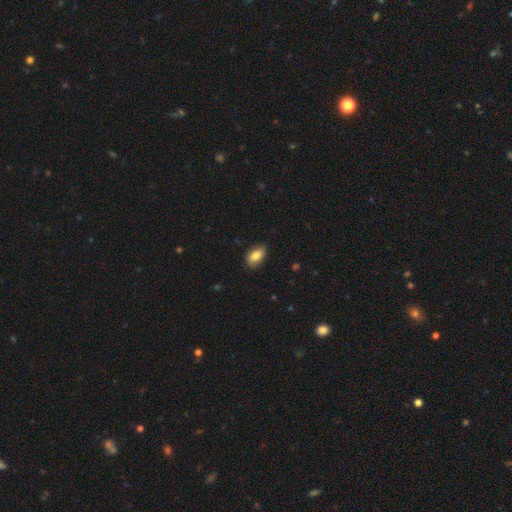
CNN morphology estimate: smooth 83%, featured or disk 10%, star or artifact 7%. Down the decision tree: how rounded — in between (91%); merging — none (85%).